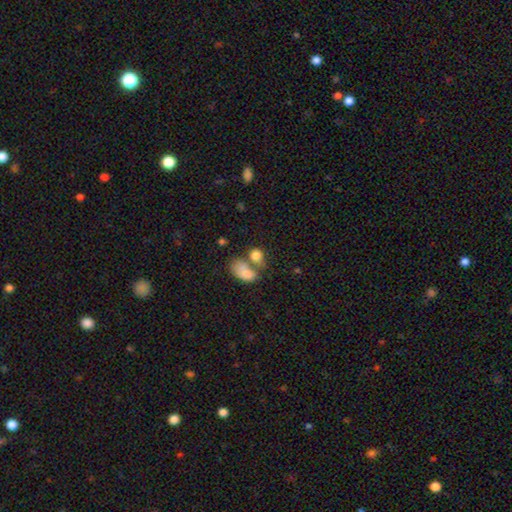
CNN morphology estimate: A smooth galaxy with no disk features (80%) that is in between round and cigar-shaped (59%).

Vote fractions:
- Smooth or featured? smooth: 80% / featured or disk: 10% / star or artifact: 10%
- How rounded? in between: 59% / round: 39% / cigar-shaped: 2%
- Merging? merger: 49% / none: 31% / minor disturbance: 12% / major disturbance: 9%